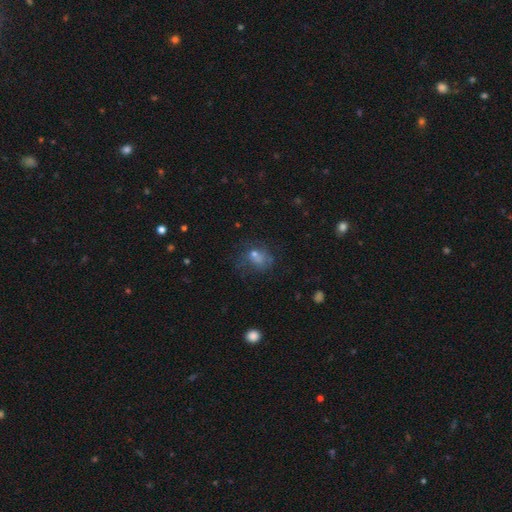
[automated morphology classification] This is possibly a smooth galaxy (50%). Merging: possibly none (47%).